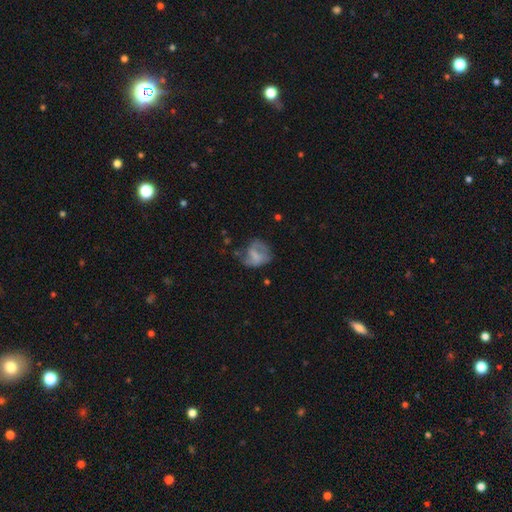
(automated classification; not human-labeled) Morphology: type=featured or disk (54%); edge-on=no (97%); bar=weak (45%); spiral arms=yes (68%); bulge=none (43%); merging=none (47%).